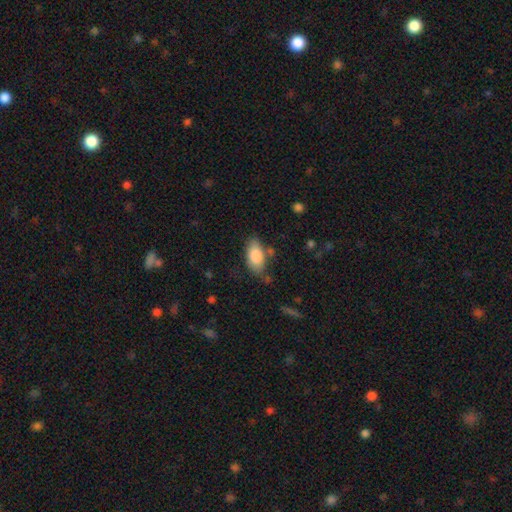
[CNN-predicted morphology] This is clearly a smooth galaxy (85%). How rounded: clearly in between (92%). Merging: likely none (72%).